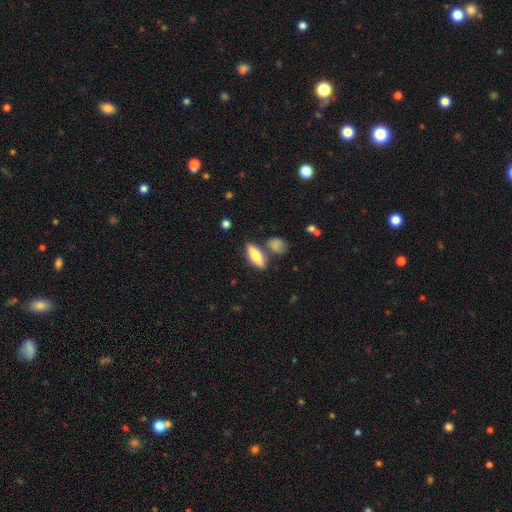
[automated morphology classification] Smooth or featured? smooth (74%)
How rounded? in between (63%)
Merging? none (70%)